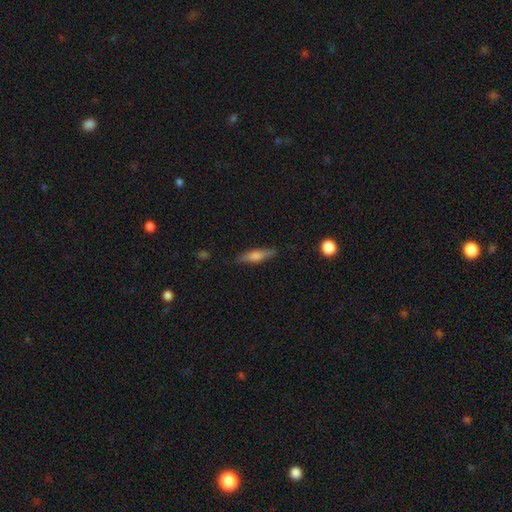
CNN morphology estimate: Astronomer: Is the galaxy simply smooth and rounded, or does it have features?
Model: smooth — 50% (runner-up: featured or disk, 43%).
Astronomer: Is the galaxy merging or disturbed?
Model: none — 85%.